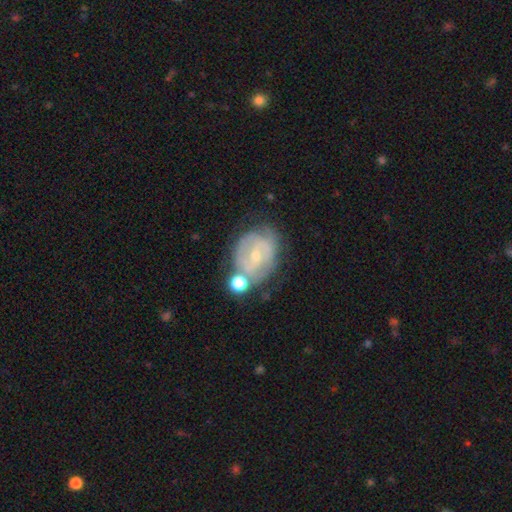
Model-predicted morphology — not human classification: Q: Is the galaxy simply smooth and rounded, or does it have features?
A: featured or disk — 67%.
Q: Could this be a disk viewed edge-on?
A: no — 96%.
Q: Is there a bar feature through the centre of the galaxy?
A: no — 48%.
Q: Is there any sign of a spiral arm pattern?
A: yes — 65%.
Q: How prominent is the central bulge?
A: small — 63%.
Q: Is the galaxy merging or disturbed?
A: none — 51%.